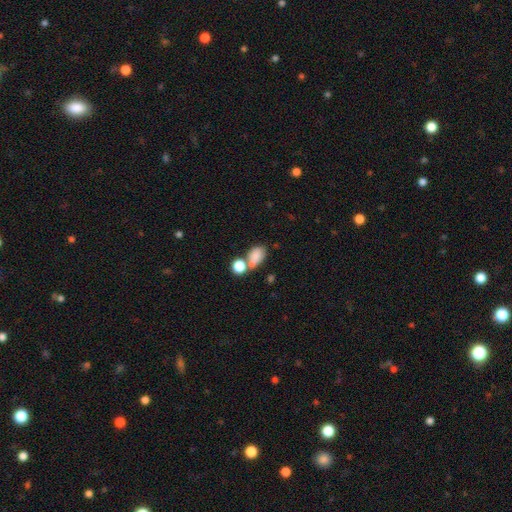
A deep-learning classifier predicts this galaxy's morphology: smooth_or_featured: smooth (p=0.80) [alt: star or artifact p=0.11]
how_rounded: in between (p=0.77) [alt: round p=0.21]
merging: none (p=0.44) [alt: merger p=0.38]